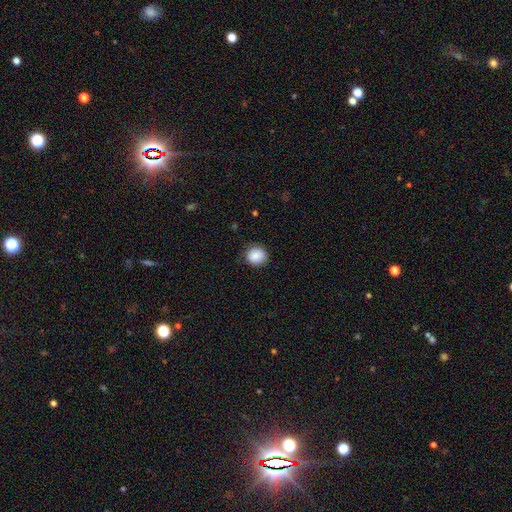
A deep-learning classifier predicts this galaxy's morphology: Smooth or featured? Predicted: smooth (p=0.87). How rounded? Predicted: round (p=0.86). Merging? Predicted: none (p=0.83).